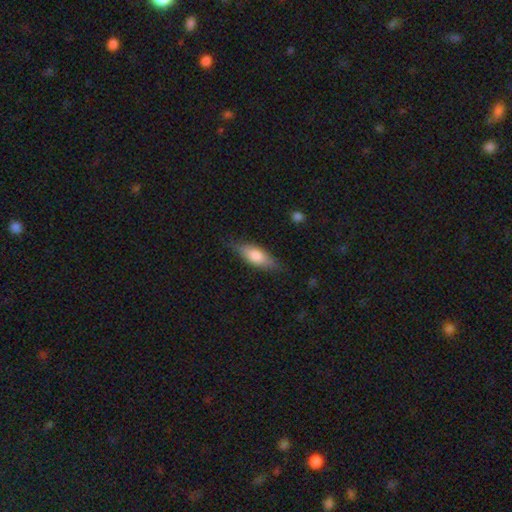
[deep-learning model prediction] A smooth galaxy with no disk features (71%) that is in between round and cigar-shaped (68%). Merging: none (76%).